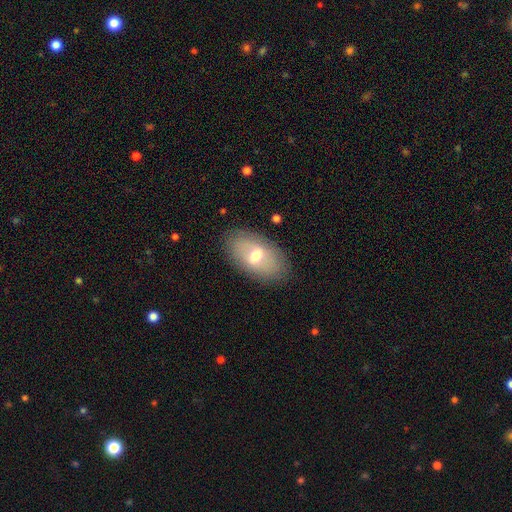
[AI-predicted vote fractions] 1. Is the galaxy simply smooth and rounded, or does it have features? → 57% smooth, 35% featured or disk, 8% star or artifact.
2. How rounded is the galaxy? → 91% in between, 7% round, 2% cigar-shaped.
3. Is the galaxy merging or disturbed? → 83% none, 11% minor disturbance, 4% major disturbance, 1% merger.